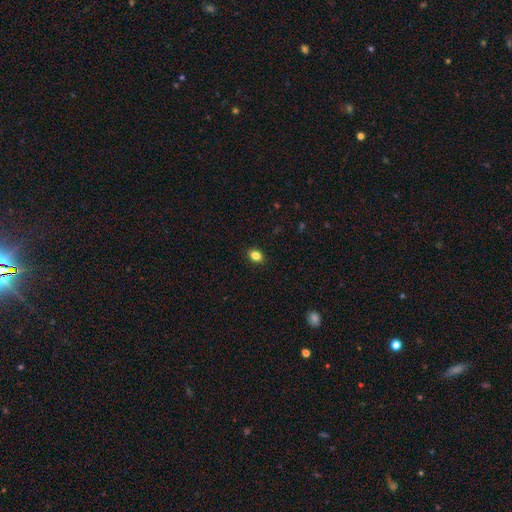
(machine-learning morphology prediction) This appears to be a smooth galaxy with no disk features (83%) that is in between round and cigar-shaped (64%). Merging: none (90%).